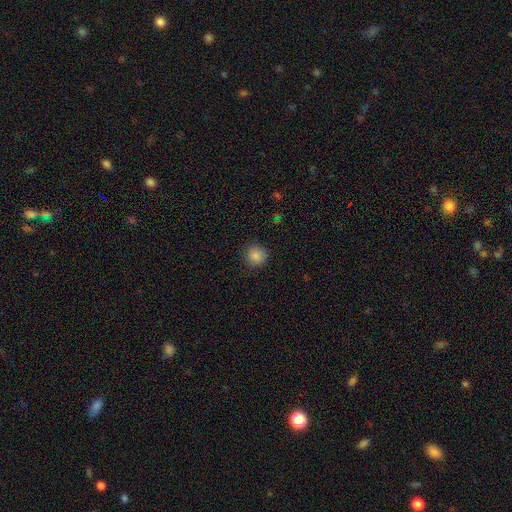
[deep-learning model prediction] smooth_or_featured: smooth (p=0.86) [alt: star or artifact p=0.10]
how_rounded: round (p=0.92) [alt: in between p=0.07]
merging: none (p=0.89) [alt: minor disturbance p=0.08]